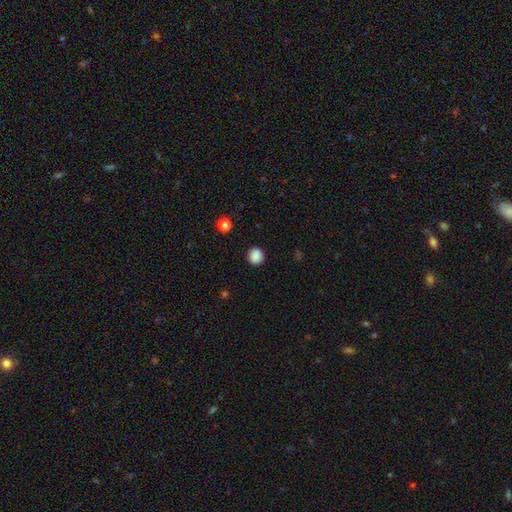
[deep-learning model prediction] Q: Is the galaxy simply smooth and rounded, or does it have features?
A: smooth — 87%.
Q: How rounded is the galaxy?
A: round — 91%.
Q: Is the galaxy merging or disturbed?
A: none — 91%.